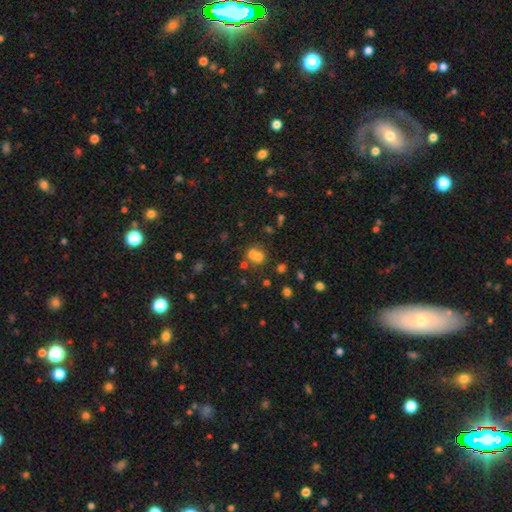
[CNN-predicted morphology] This is likely a smooth galaxy (60%). How rounded: likely round (75%). Merging: possibly merger (53%).